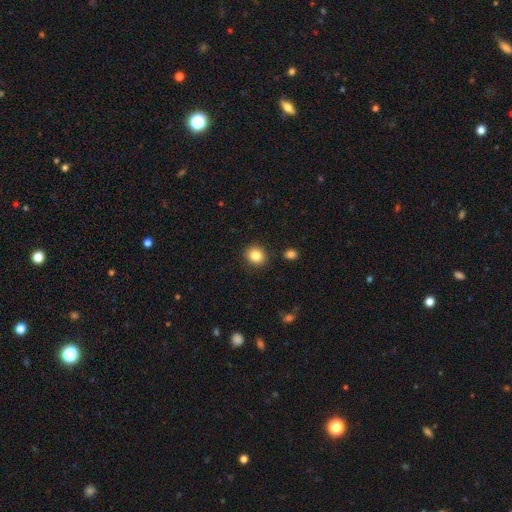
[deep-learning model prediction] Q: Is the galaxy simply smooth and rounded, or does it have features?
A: smooth — 84%.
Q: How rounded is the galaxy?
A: round — 81%.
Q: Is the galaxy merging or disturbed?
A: none — 89%.